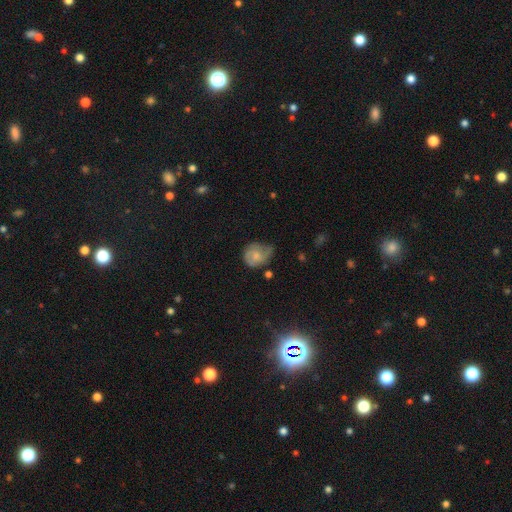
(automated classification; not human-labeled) Smooth or featured?
  - smooth: 55% *
  - featured or disk: 37%
  - star or artifact: 8%
How rounded?
  - round: 64% *
  - in between: 34%
  - cigar-shaped: 1%
Merging?
  - minor disturbance: 39% *
  - none: 37%
  - major disturbance: 21%
  - merger: 3%